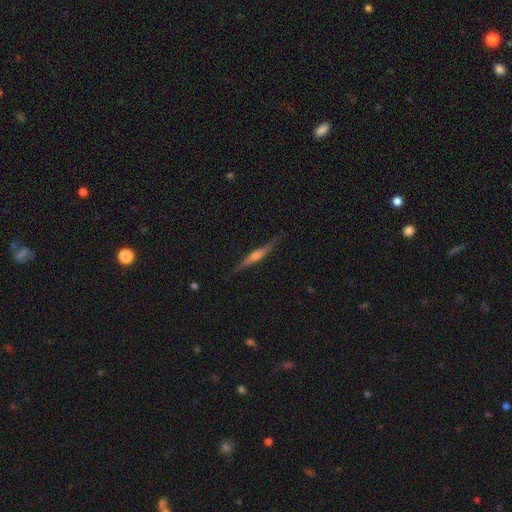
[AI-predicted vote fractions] Q: Smooth or featured?
A: featured or disk (73%); runner-up: smooth (21%)
Q: Edge-on disk?
A: yes (97%); runner-up: no (3%)
Q: Edge-on bulge?
A: rounded (78%); runner-up: boxy (11%)
Q: Merging?
A: none (87%); runner-up: minor disturbance (10%)